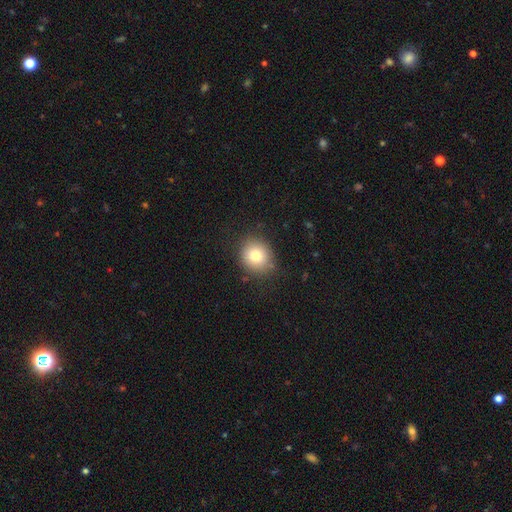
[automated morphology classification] This is clearly a smooth galaxy (81%). How rounded: likely round (77%). Merging: clearly none (82%).